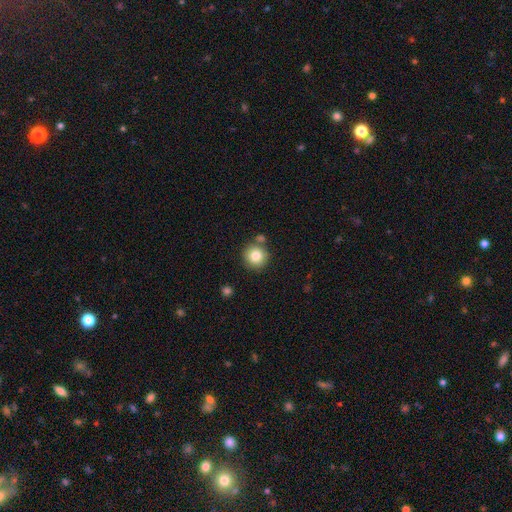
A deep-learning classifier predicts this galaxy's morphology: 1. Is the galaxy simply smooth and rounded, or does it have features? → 83% smooth, 10% star or artifact, 8% featured or disk.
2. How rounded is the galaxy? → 93% round, 6% in between, 1% cigar-shaped.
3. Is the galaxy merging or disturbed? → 77% none, 11% merger, 9% minor disturbance, 3% major disturbance.